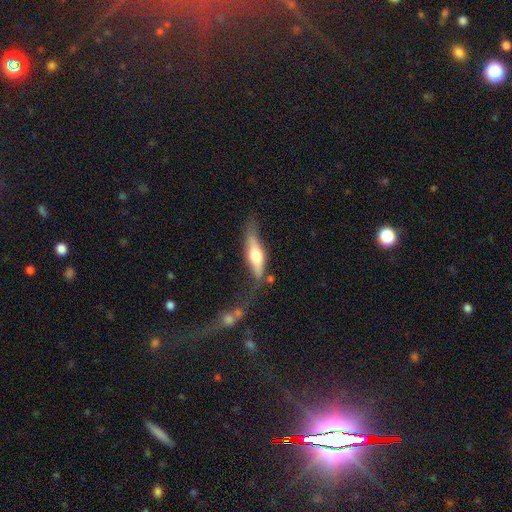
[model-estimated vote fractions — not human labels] Q: Smooth or featured?
A: featured or disk (54%); runner-up: smooth (40%)
Q: Edge-on disk?
A: yes (87%); runner-up: no (13%)
Q: Merging?
A: none (54%); runner-up: minor disturbance (25%)